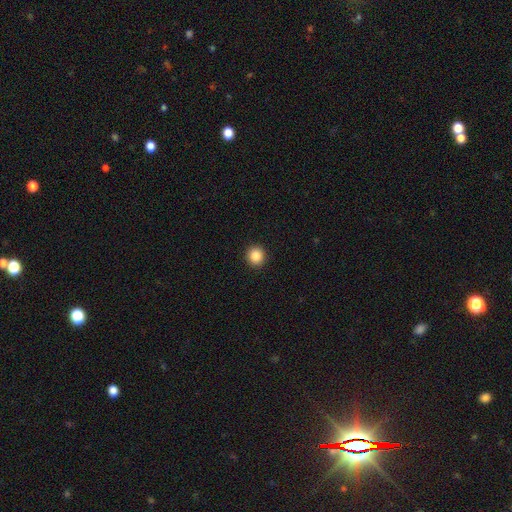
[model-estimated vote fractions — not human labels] The model was most divided on "smooth or featured": smooth: 87%, star or artifact: 10%, featured or disk: 4%. More confident: merging — none (93%); how rounded — round (93%).